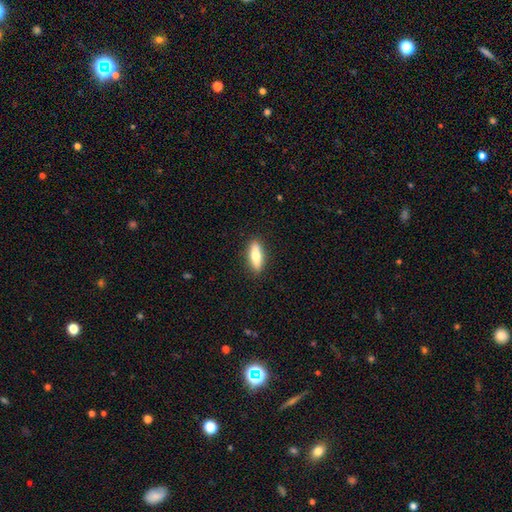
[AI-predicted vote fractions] A smooth galaxy with no disk features (70%) that is in between round and cigar-shaped (56%).

Vote fractions:
- Smooth or featured? smooth: 70% / featured or disk: 24% / star or artifact: 6%
- How rounded? in between: 56% / cigar-shaped: 41% / round: 2%
- Merging? none: 89% / minor disturbance: 8% / major disturbance: 2% / merger: 1%